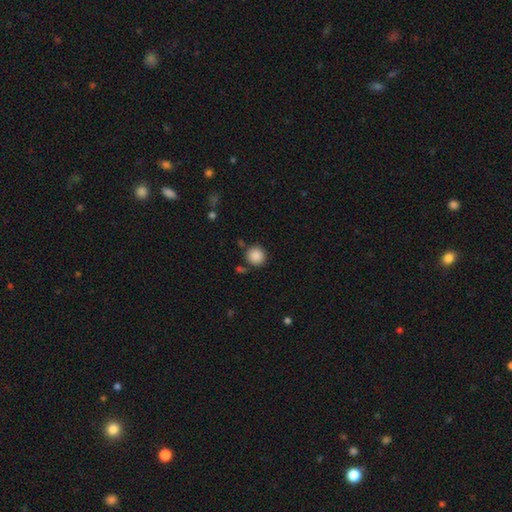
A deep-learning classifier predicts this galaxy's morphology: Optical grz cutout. It shows a smooth galaxy with no disk features (88%) that is round (94%). Merging: none (83%).